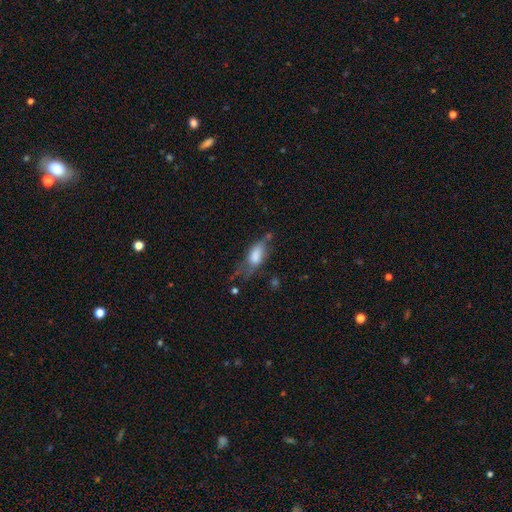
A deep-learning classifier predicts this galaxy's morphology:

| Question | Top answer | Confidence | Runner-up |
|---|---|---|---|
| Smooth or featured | smooth | 65% | featured or disk (27%) |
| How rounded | in between | 81% | cigar-shaped (15%) |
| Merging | none | 33% | minor disturbance (32%) |